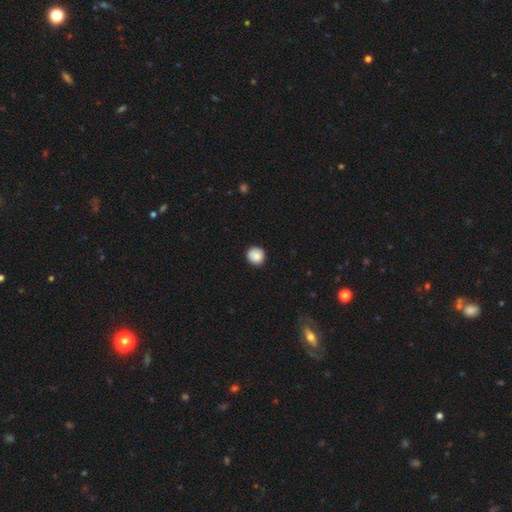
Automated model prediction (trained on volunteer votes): smooth_or_featured: smooth (p=0.87) [alt: star or artifact p=0.08]
how_rounded: round (p=0.93) [alt: in between p=0.06]
merging: none (p=0.90) [alt: minor disturbance p=0.08]